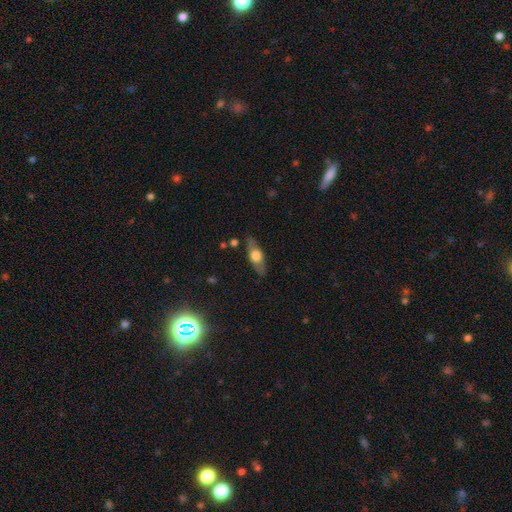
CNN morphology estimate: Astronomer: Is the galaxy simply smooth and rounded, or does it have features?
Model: featured or disk — 48% (runner-up: smooth, 46%).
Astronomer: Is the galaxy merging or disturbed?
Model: none — 84%.